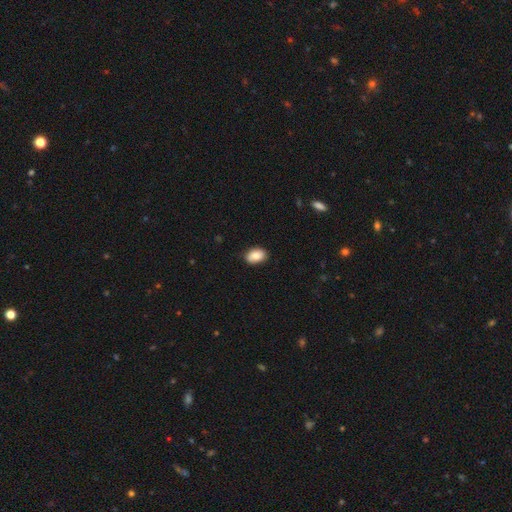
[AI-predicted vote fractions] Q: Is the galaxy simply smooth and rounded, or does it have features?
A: smooth — 83%.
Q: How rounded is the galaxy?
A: in between — 86%.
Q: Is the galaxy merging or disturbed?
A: none — 83%.